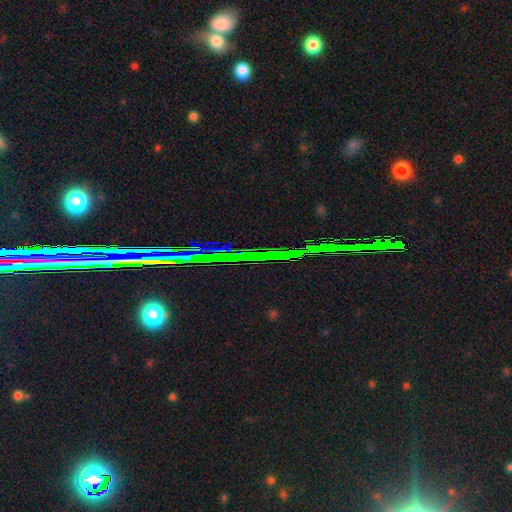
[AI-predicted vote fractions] This appears to be a star or artifact, not a galaxy (80%).